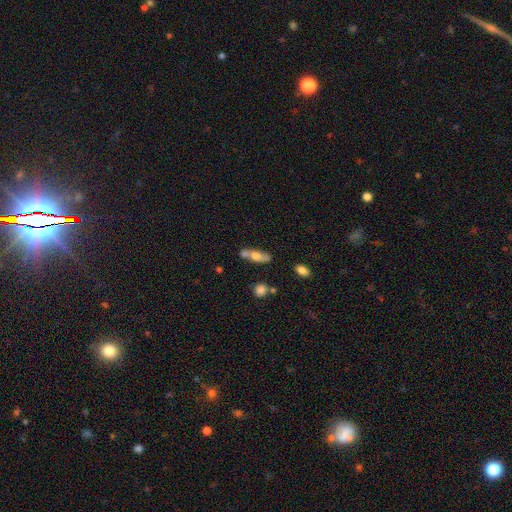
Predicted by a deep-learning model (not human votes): Overall: smooth (63%; featured or disk 28%). How rounded: in between (56%; cigar-shaped 39%). Merging: none (45%; merger 32%).